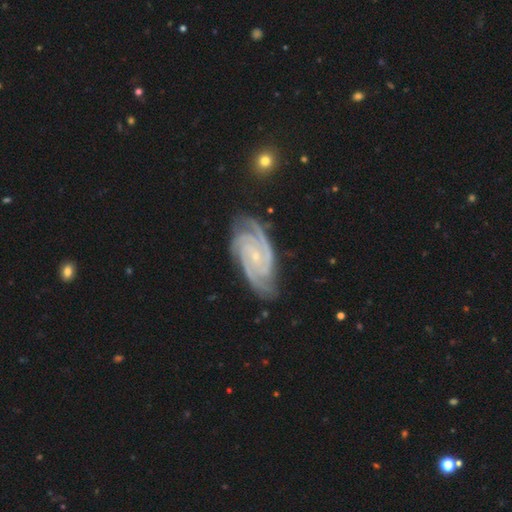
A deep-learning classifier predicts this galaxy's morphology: smooth-or-featured: featured or disk: 93% | star or artifact: 4% | smooth: 3%
  disk-edge-on: no: 97% | yes: 3%
    bar: no: 53% | weak: 32% | strong: 14%
    has-spiral-arms: yes: 99% | no: 1%
      spiral-winding: tight: 71% | medium: 26% | loose: 3%
      spiral-arm-count: 3: 36% | 2: 31% | 4: 14% | can't tell: 8% | more than 4: 5% | 1: 5%
    bulge-size: small: 83% | moderate: 13% | none: 3% | large: 1% | dominant: 1%
  merging: none: 77% | minor disturbance: 17% | major disturbance: 4% | merger: 2%